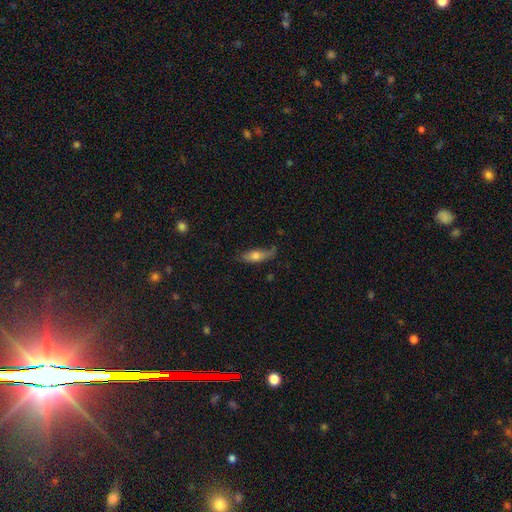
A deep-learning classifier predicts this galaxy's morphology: This appears to be a smooth galaxy with no disk features (65%) that is in between round and cigar-shaped (51%). Merging: none (61%).